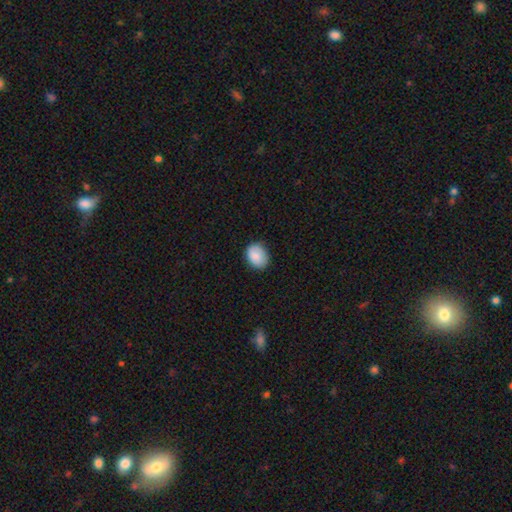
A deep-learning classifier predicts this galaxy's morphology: smooth-or-featured: smooth: 86% | star or artifact: 7% | featured or disk: 7%
  how-rounded: in between: 59% | round: 40% | cigar-shaped: 1%
  merging: none: 78% | minor disturbance: 18% | major disturbance: 3% | merger: 1%